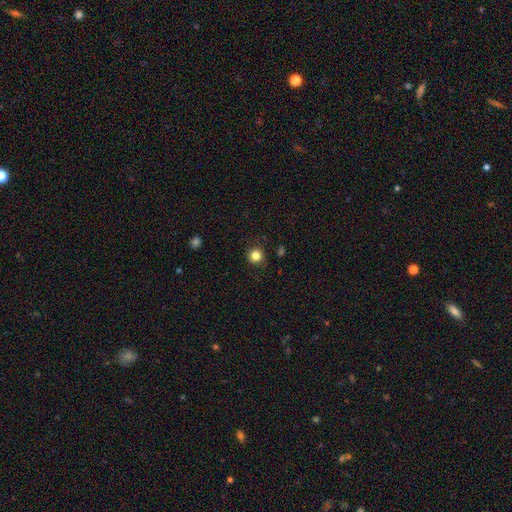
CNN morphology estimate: Overall: smooth (83%). How rounded: round (94%). Merging: none (91%).